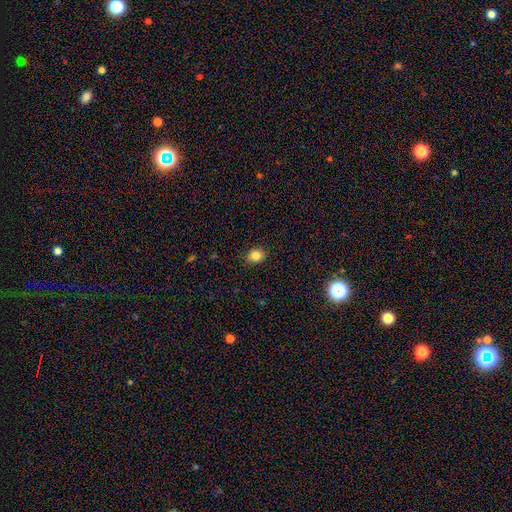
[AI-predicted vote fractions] Morphology: type=smooth (84%); roundness=round (59%); merging=none (86%).